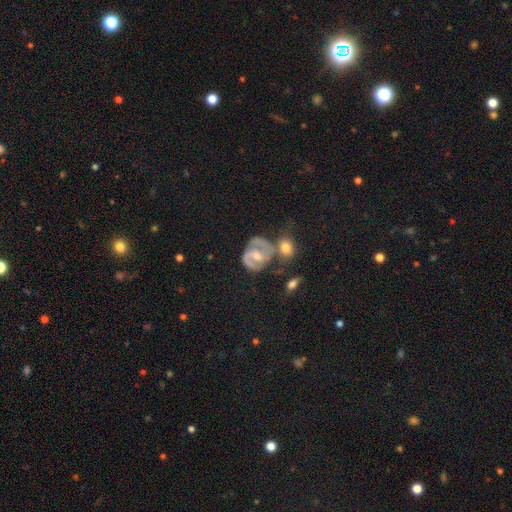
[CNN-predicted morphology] A featured or disk galaxy (78%) with a weak bar (48%), 2 (77%) medium (49%) spiral arms (90%) and a moderate central bulge (52%). Merging: none (43%).